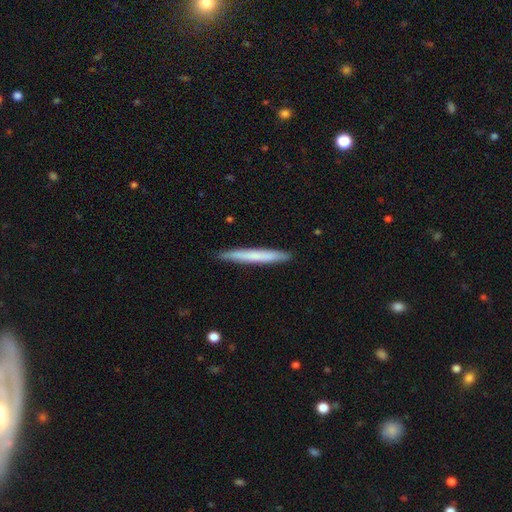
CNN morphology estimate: Smooth or featured: smooth — 66% (featured or disk — 28%)
How rounded: cigar-shaped — 97% (in between — 2%)
Merging: none — 90% (minor disturbance — 7%)